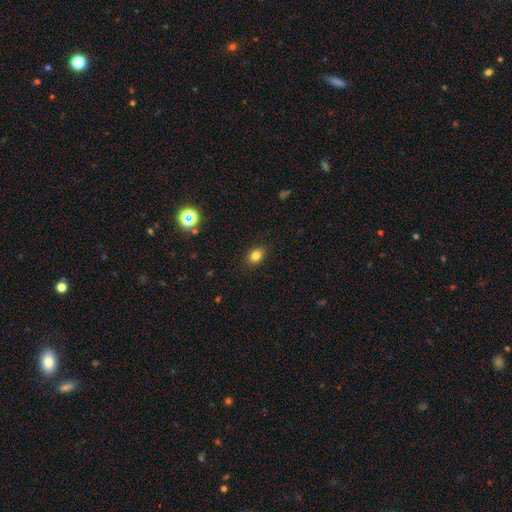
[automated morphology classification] Overall: smooth (81%). How rounded: in between (65%; round 34%). Merging: none (88%).